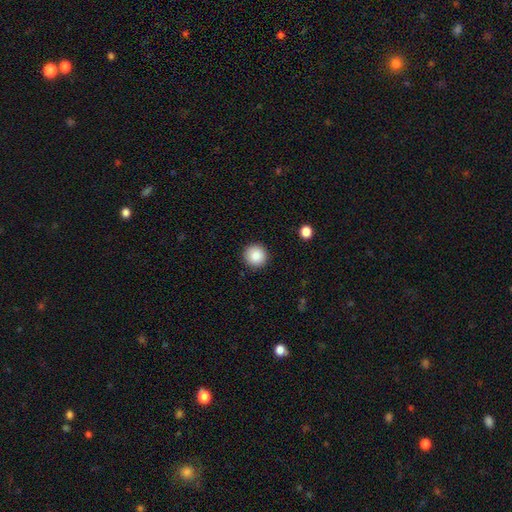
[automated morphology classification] This is clearly a smooth galaxy (86%). How rounded: clearly round (95%). Merging: clearly none (92%).